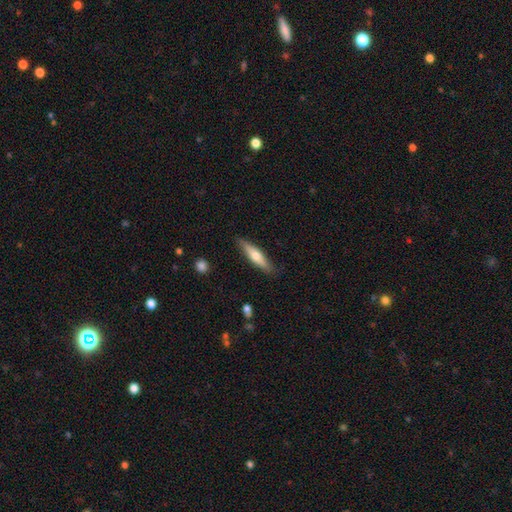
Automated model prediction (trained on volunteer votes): smooth_or_featured: smooth (p=0.55) [alt: featured or disk p=0.39]
how_rounded: cigar-shaped (p=0.77) [alt: in between p=0.21]
merging: none (p=0.85) [alt: minor disturbance p=0.11]